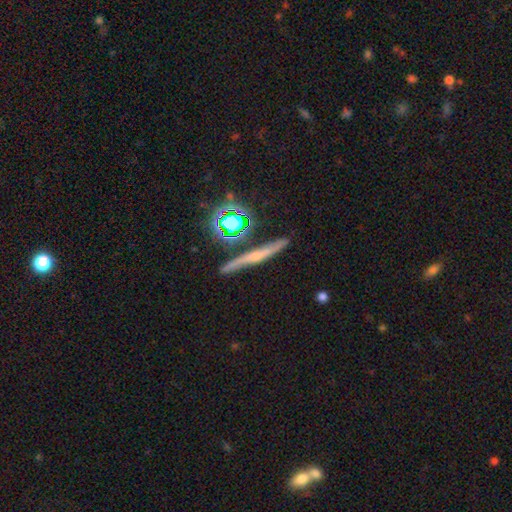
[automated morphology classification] type=featured or disk (51%); edge-on=yes (91%); merging=none (82%).